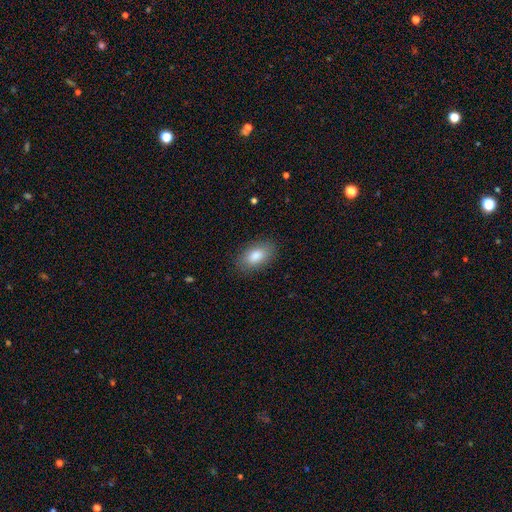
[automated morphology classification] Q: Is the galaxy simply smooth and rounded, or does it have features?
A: smooth — 85%.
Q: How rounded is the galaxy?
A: in between — 92%.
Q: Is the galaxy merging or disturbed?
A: none — 86%.